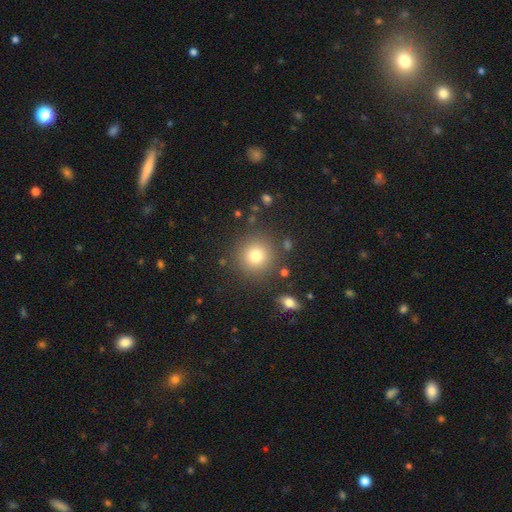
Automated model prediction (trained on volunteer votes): The model was most divided on "smooth or featured": smooth: 80%, star or artifact: 12%, featured or disk: 8%. More confident: how rounded — round (93%); merging — none (86%).